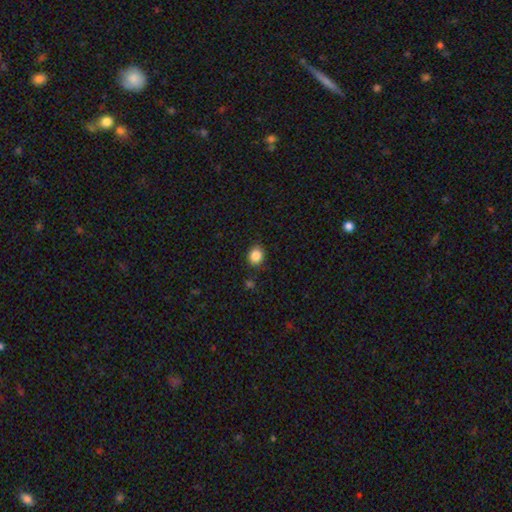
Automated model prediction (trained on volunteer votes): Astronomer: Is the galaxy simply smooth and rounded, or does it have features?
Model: smooth — 87%.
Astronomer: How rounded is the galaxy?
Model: round — 60% (runner-up: in between, 39%).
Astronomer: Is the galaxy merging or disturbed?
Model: none — 87%.